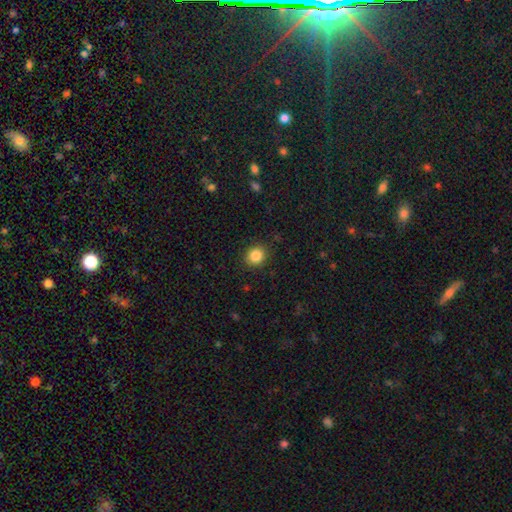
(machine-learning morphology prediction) The model was most divided on "how rounded": round: 83%, in between: 16%, cigar-shaped: 1%. More confident: merging — none (90%); smooth or featured — smooth (86%).